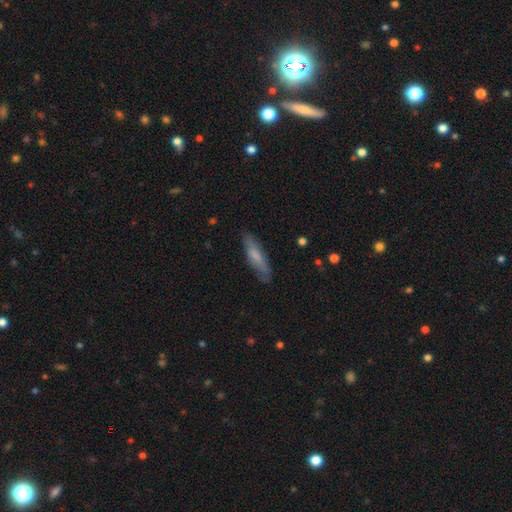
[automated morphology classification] Q: Smooth or featured?
A: smooth (67%); runner-up: featured or disk (27%)
Q: How rounded?
A: cigar-shaped (69%); runner-up: in between (29%)
Q: Merging?
A: none (80%); runner-up: minor disturbance (16%)